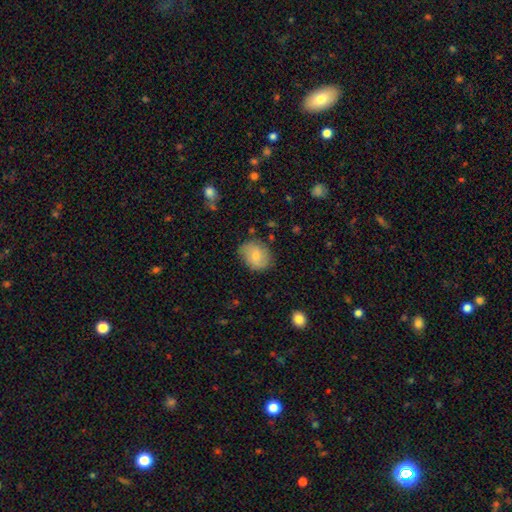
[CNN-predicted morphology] This appears to be a smooth galaxy with no disk features (69%) that is round (51%). Merging: none (75%).